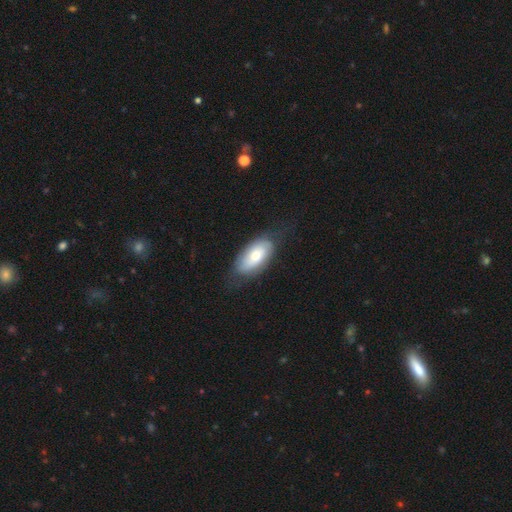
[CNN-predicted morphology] Overall: smooth (60%; featured or disk 34%). How rounded: in between (92%). Merging: none (66%).